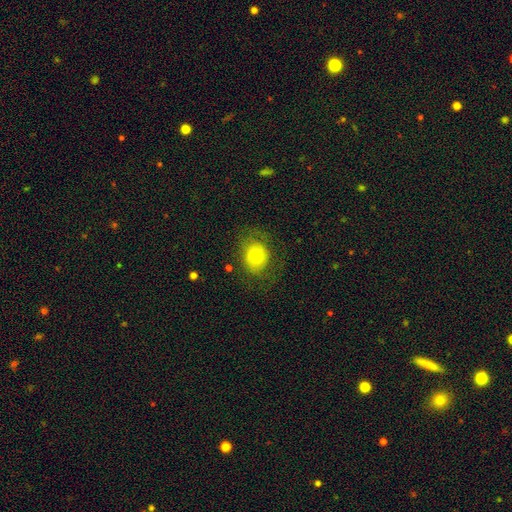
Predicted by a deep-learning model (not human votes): Morphology: type=smooth (70%); roundness=round (65%); merging=none (65%).